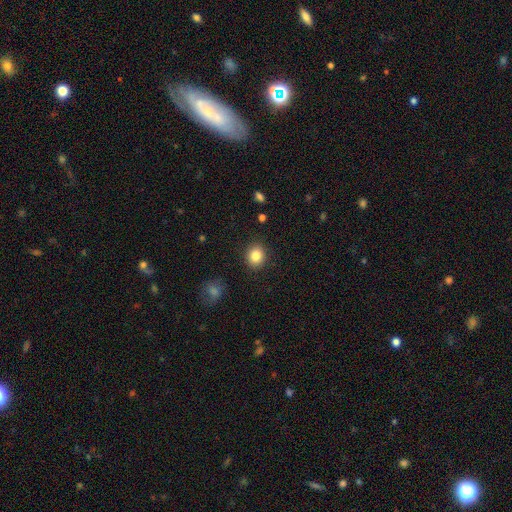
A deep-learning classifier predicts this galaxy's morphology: smooth-or-featured: smooth: 85% | star or artifact: 9% | featured or disk: 5%
  how-rounded: round: 74% | in between: 25% | cigar-shaped: 1%
  merging: none: 89% | minor disturbance: 7% | major disturbance: 2% | merger: 1%